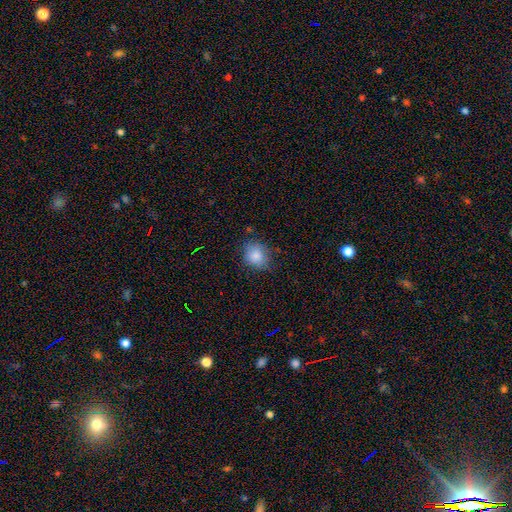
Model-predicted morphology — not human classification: Q: Smooth or featured?
A: smooth (84%); runner-up: star or artifact (9%)
Q: How rounded?
A: round (65%); runner-up: in between (34%)
Q: Merging?
A: none (73%); runner-up: minor disturbance (21%)